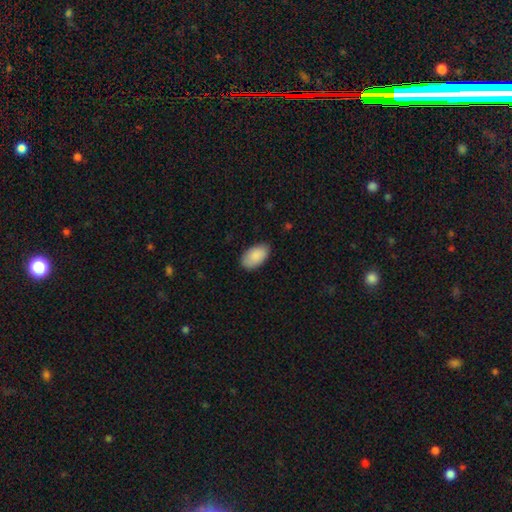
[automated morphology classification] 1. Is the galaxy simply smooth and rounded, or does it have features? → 89% smooth, 6% star or artifact, 5% featured or disk.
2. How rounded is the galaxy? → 95% in between, 3% round, 1% cigar-shaped.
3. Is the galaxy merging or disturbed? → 81% none, 15% minor disturbance, 3% major disturbance, 1% merger.